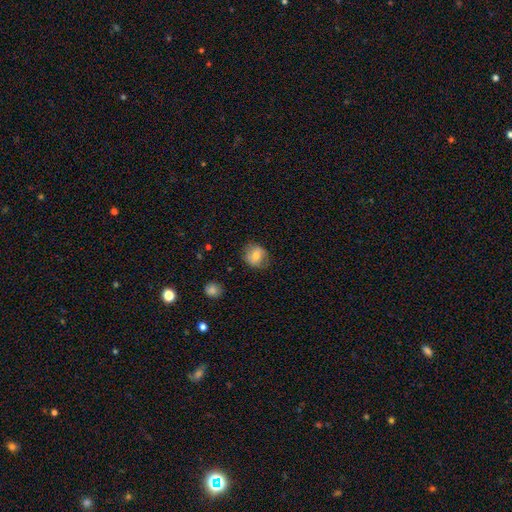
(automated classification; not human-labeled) A smooth galaxy with no disk features (71%) that is round (72%).

Vote fractions:
- Smooth or featured? smooth: 71% / featured or disk: 20% / star or artifact: 8%
- How rounded? round: 72% / in between: 27% / cigar-shaped: 1%
- Merging? none: 75% / minor disturbance: 18% / major disturbance: 5% / merger: 1%